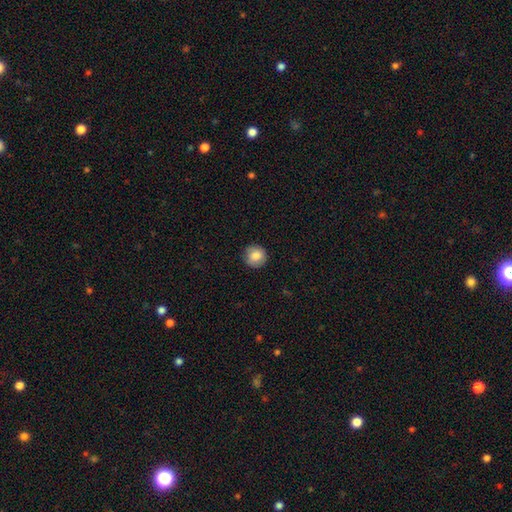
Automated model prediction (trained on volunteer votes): A smooth galaxy with no disk features (83%) that is round (92%).

Vote fractions:
- Smooth or featured? smooth: 83% / featured or disk: 9% / star or artifact: 8%
- How rounded? round: 92% / in between: 7% / cigar-shaped: 1%
- Merging? none: 85% / minor disturbance: 11% / major disturbance: 2% / merger: 1%